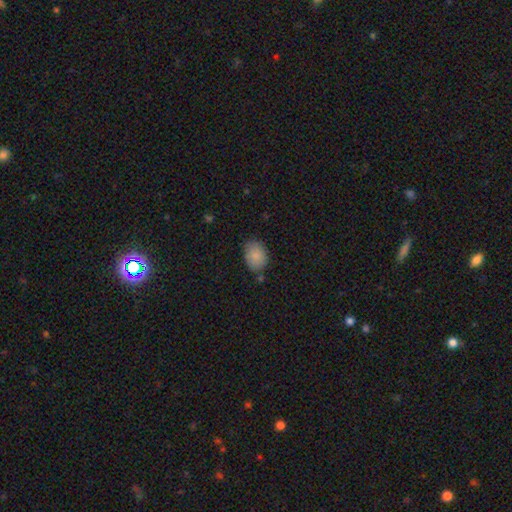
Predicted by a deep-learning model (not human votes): Overall: smooth (87%). How rounded: in between (69%; round 30%). Merging: none (75%).